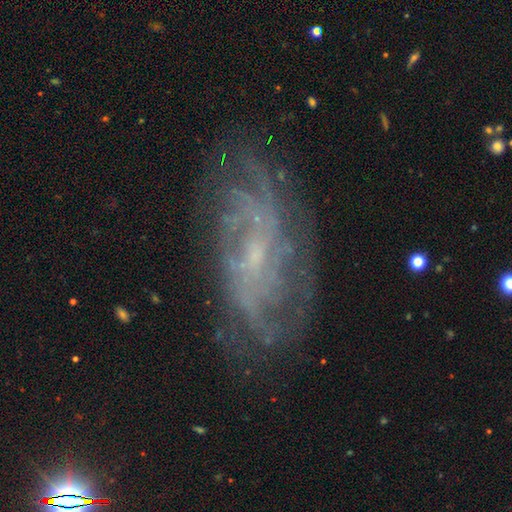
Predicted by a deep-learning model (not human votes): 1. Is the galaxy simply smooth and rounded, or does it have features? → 78% featured or disk, 12% smooth, 10% star or artifact.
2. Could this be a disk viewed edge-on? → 93% no, 7% yes.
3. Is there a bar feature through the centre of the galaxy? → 50% no, 41% weak, 9% strong.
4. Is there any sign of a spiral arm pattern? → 89% yes, 11% no.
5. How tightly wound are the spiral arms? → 48% tight, 36% medium, 15% loose.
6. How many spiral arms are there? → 50% can't tell, 14% 2, 11% 4, 10% 3, 8% more than 4, 6% 1.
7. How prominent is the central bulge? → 74% small, 13% moderate, 11% none, 1% large, 1% dominant.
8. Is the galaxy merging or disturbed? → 75% none, 16% minor disturbance, 7% major disturbance, 2% merger.